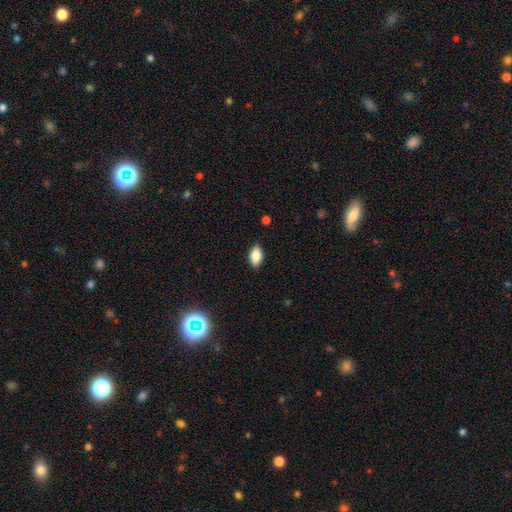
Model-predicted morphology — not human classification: A smooth galaxy with no disk features (82%) that is in between round and cigar-shaped (90%). Merging: none (84%).